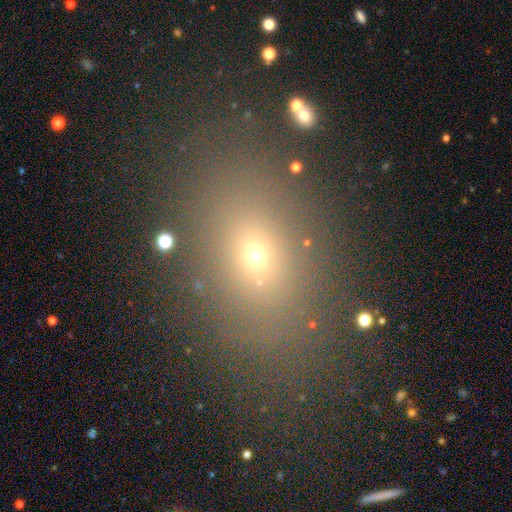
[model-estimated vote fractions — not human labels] smooth_or_featured: smooth (p=0.62) [alt: star or artifact p=0.23]
how_rounded: in between (p=0.74) [alt: round p=0.22]
merging: none (p=0.76) [alt: minor disturbance p=0.13]